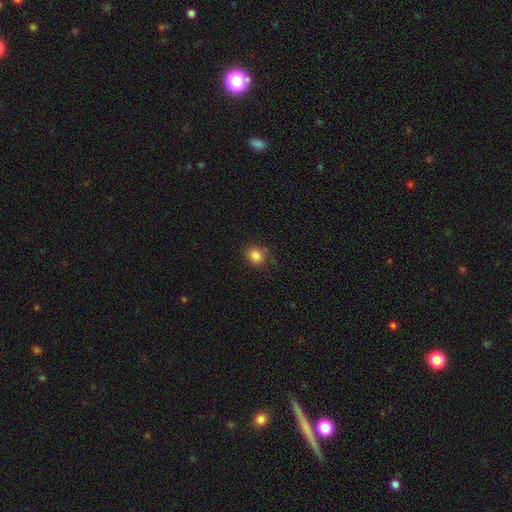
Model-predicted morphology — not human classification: A smooth galaxy with no disk features (84%) that is round (68%). Merging: none (76%).